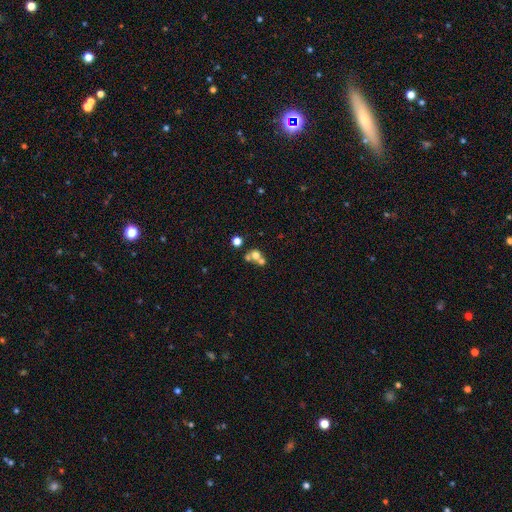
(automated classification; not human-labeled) Morphology: type=smooth (62%); roundness=round (74%); merging=merger (57%).